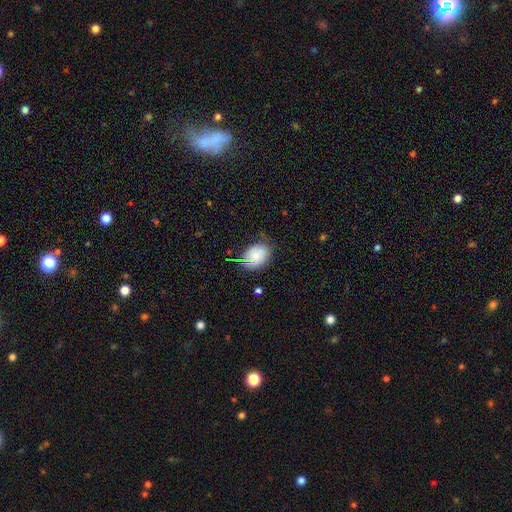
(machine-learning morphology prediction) Smooth or featured: smooth — 69% (featured or disk — 17%)
How rounded: in between — 74% (round — 25%)
Merging: none — 65% (minor disturbance — 25%)